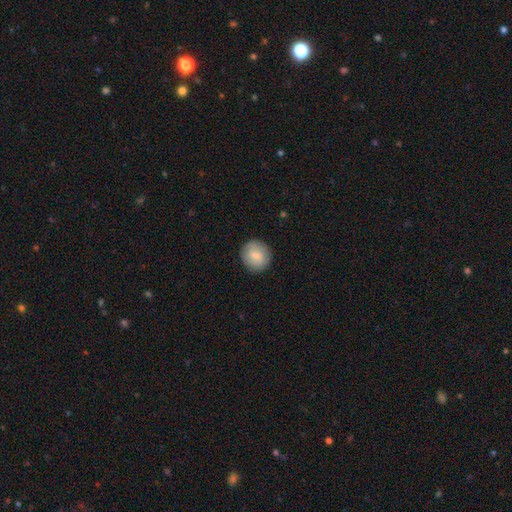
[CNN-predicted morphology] This appears to be a smooth galaxy with no disk features (76%) that is round (88%). Merging: none (88%).